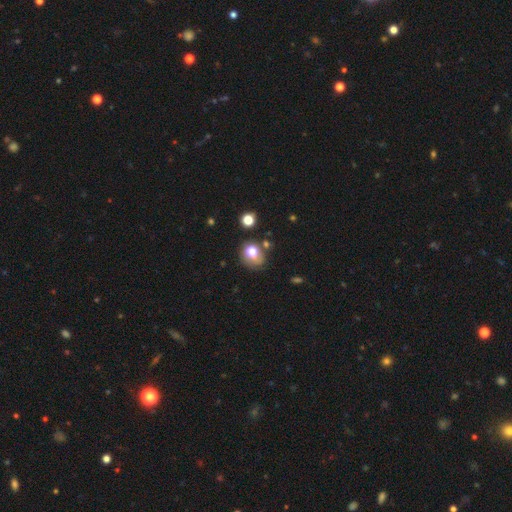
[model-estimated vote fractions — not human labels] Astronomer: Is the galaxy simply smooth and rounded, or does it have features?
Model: smooth — 67%.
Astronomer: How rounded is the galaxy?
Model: round — 63%.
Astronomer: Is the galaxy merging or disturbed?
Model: none — 54%.